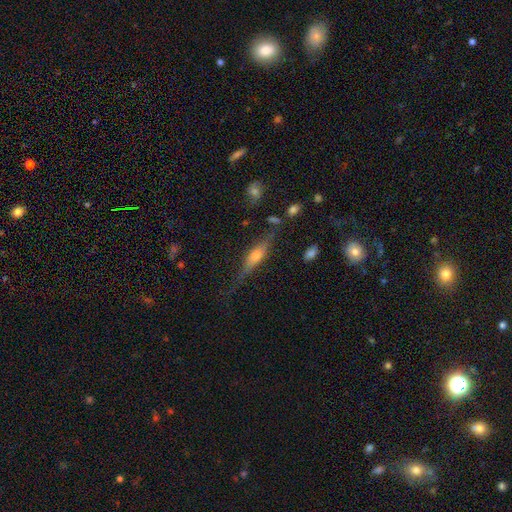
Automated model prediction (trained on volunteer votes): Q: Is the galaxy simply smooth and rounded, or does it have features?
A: featured or disk — 61%.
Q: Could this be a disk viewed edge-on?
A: yes — 93%.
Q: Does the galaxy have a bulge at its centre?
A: rounded — 85%.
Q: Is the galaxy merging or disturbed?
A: none — 71%.